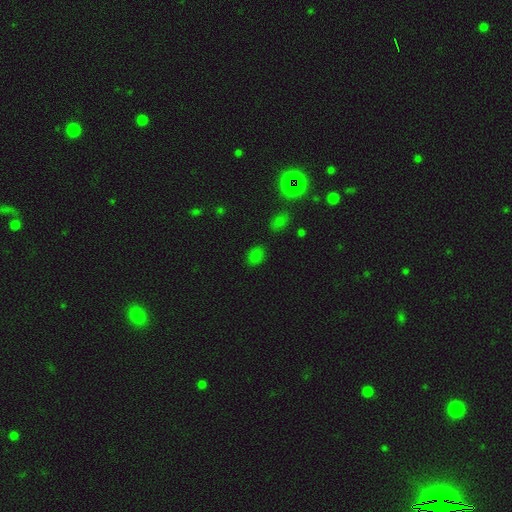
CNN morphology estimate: This is likely a smooth galaxy (74%). How rounded: likely in between (73%). Merging: likely none (79%).